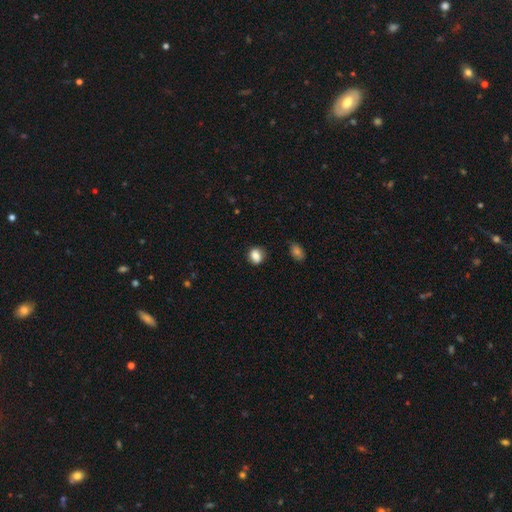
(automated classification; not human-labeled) Q: Smooth or featured?
A: smooth (84%); runner-up: star or artifact (9%)
Q: How rounded?
A: round (60%); runner-up: in between (38%)
Q: Merging?
A: none (78%); runner-up: minor disturbance (16%)